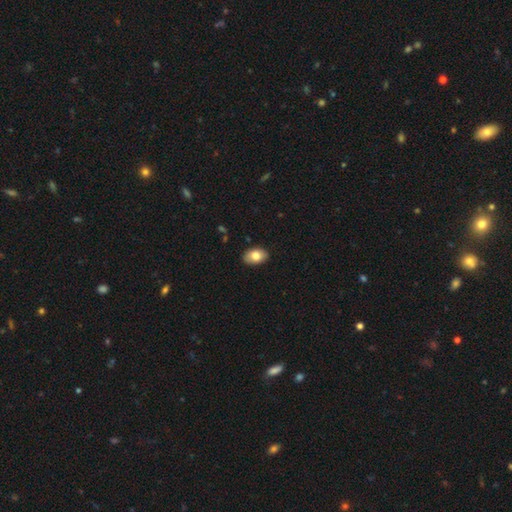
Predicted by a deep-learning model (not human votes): This is clearly a smooth galaxy (81%). How rounded: clearly in between (89%). Merging: clearly none (87%).